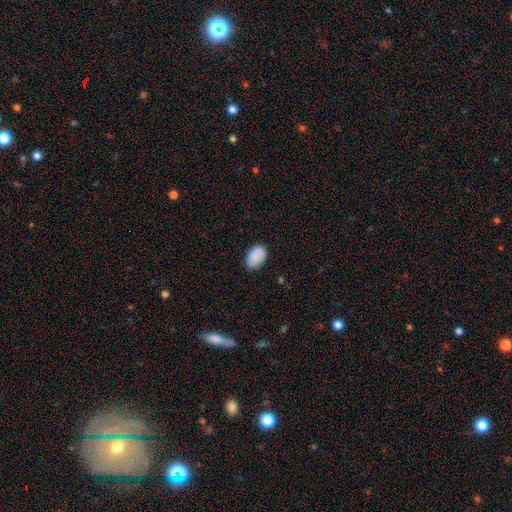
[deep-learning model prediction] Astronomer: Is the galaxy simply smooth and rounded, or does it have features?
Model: smooth — 87%.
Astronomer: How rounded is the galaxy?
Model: in between — 89%.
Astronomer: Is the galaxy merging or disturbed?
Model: none — 79%.